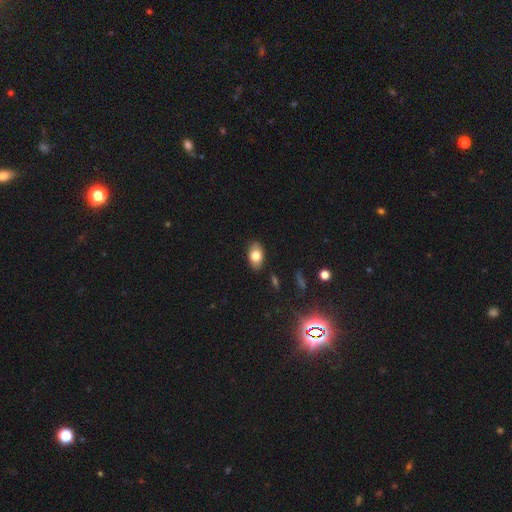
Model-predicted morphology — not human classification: smooth 77%, featured or disk 14%, star or artifact 8%. Down the decision tree: how rounded — in between (89%); merging — none (87%).